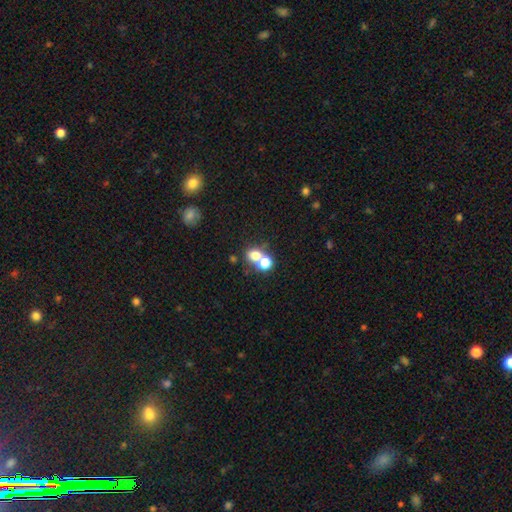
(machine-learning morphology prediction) smooth 71%, star or artifact 16%, featured or disk 12%. Down the decision tree: how rounded — round (69%); merging — merger (50%).